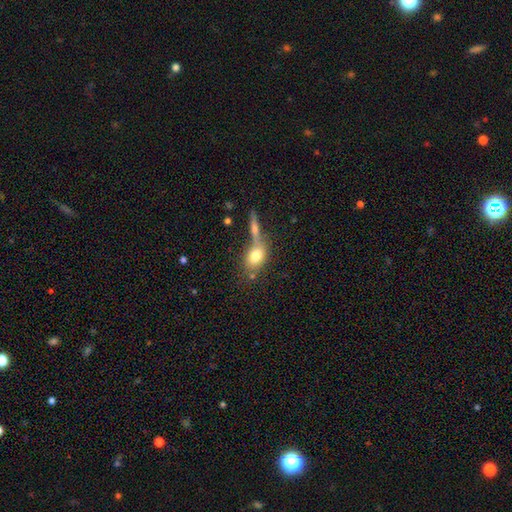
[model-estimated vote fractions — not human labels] A smooth galaxy with no disk features (75%) that is in between round and cigar-shaped (67%).

Vote fractions:
- Smooth or featured? smooth: 75% / featured or disk: 17% / star or artifact: 9%
- How rounded? in between: 67% / round: 28% / cigar-shaped: 5%
- Merging? none: 45% / merger: 36% / minor disturbance: 13% / major disturbance: 6%